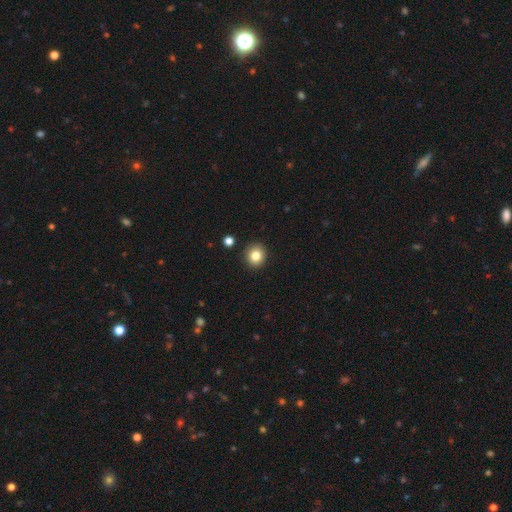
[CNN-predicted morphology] A smooth galaxy with no disk features (82%) that is round (87%). Merging: none (91%).